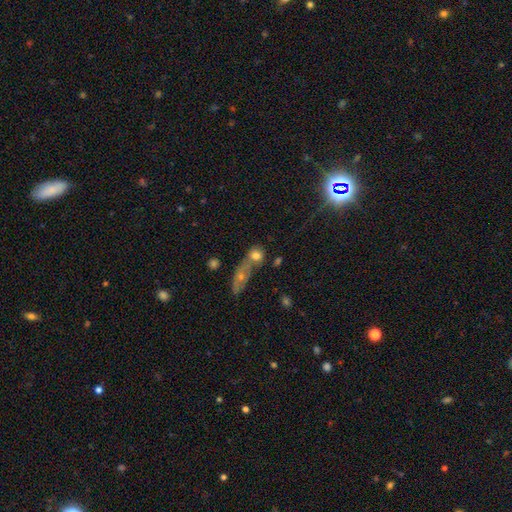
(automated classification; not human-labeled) A smooth galaxy with no disk features (72%) that is round (61%).

Vote fractions:
- Smooth or featured? smooth: 72% / featured or disk: 17% / star or artifact: 11%
- How rounded? round: 61% / in between: 34% / cigar-shaped: 5%
- Merging? merger: 50% / none: 36% / minor disturbance: 9% / major disturbance: 5%